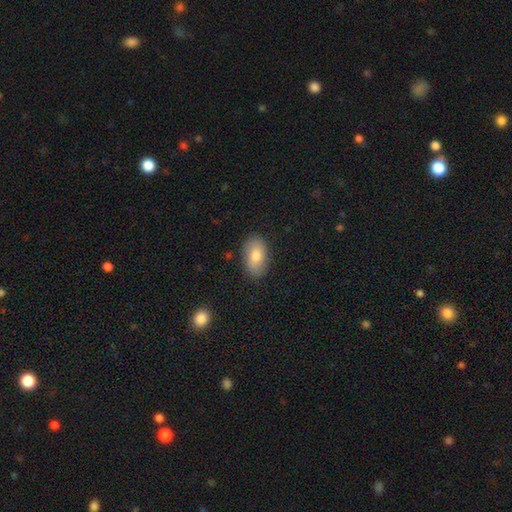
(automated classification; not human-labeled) This is likely a smooth galaxy (78%). How rounded: clearly in between (93%). Merging: clearly none (86%).